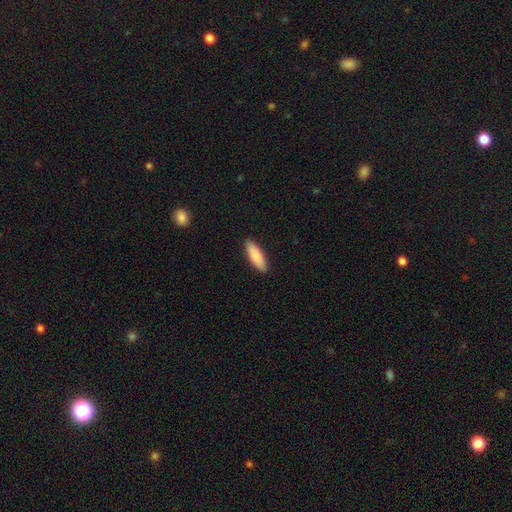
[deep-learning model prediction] smooth 87%, featured or disk 8%, star or artifact 5%. Down the decision tree: how rounded — in between (56%); merging — none (90%).